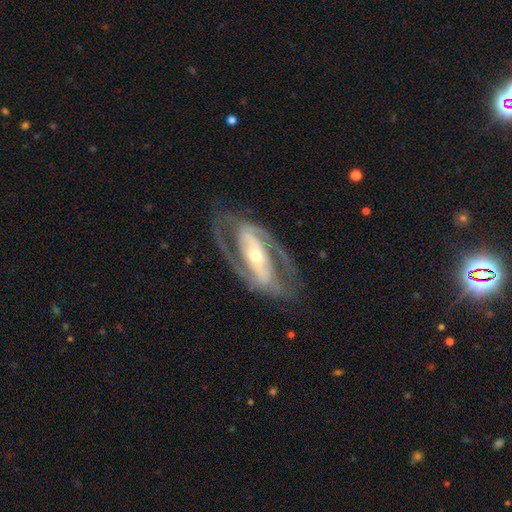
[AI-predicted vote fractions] Smooth or featured? Predicted: featured or disk (p=0.90). Edge-on disk? Predicted: no (p=0.94). Bar? Predicted: strong (p=0.61). Spiral arms? Predicted: yes (p=0.92). Spiral winding? Predicted: medium (p=0.52). Spiral arm count? Predicted: 2 (p=0.91). Bulge size? Predicted: moderate (p=0.52). Merging? Predicted: none (p=0.77).